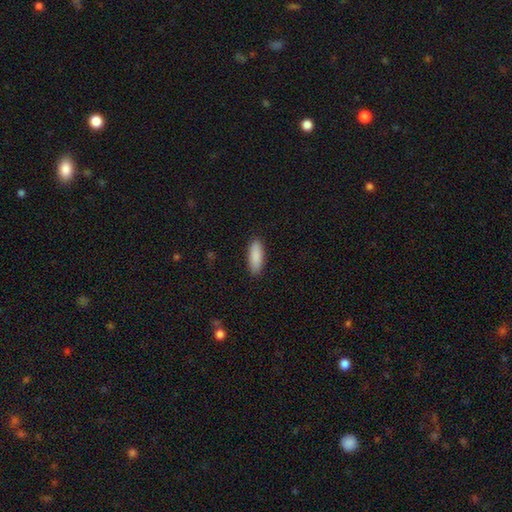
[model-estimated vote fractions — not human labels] smooth-or-featured: smooth: 90% | star or artifact: 6% | featured or disk: 5%
  how-rounded: in between: 67% | cigar-shaped: 31% | round: 2%
  merging: none: 90% | minor disturbance: 8% | major disturbance: 2% | merger: 1%